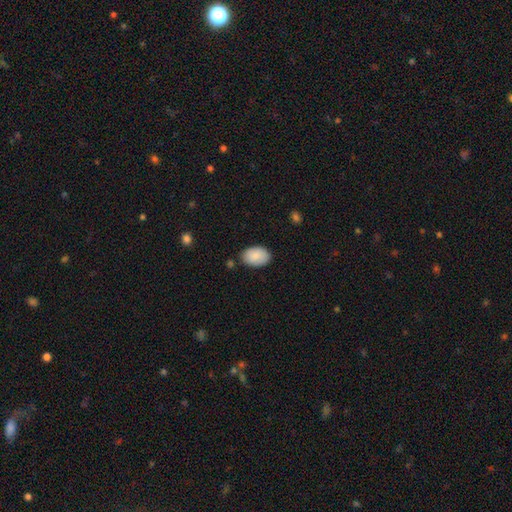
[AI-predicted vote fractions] Smooth or featured? Predicted: smooth (p=0.87). How rounded? Predicted: in between (p=0.90). Merging? Predicted: none (p=0.81).